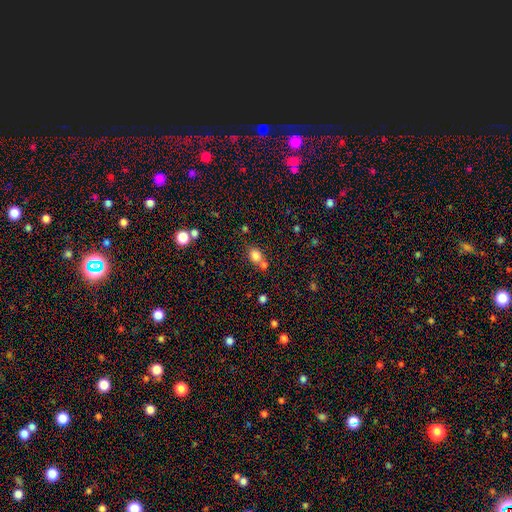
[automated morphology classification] Smooth or featured: smooth — 80% (star or artifact — 13%)
How rounded: in between — 49% (tied with round — 49%)
Merging: none — 53% (merger — 32%)